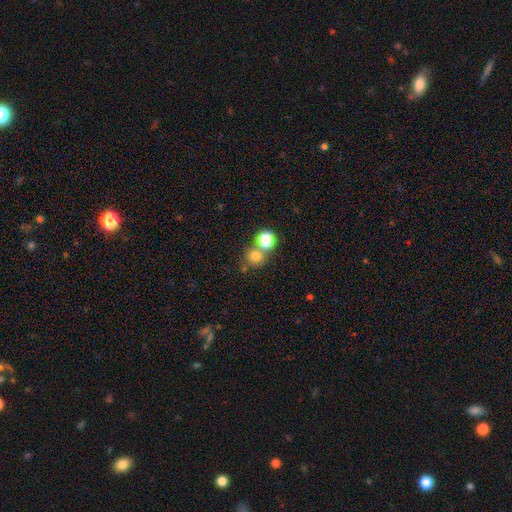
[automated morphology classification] Smooth or featured: smooth — 74% (star or artifact — 17%)
How rounded: round — 89% (in between — 10%)
Merging: none — 61% (merger — 29%)